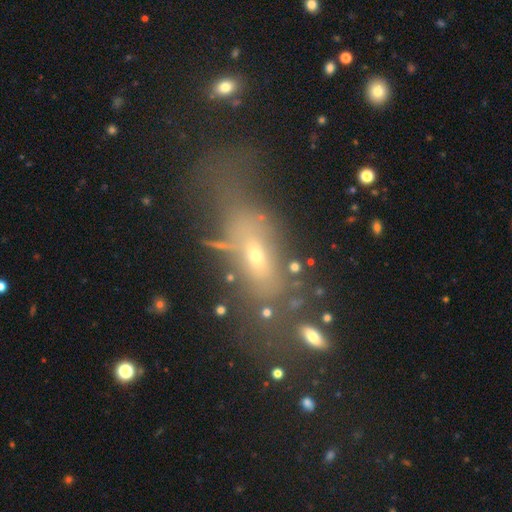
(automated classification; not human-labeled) smooth_or_featured: smooth (p=0.48) [alt: featured or disk p=0.35]
merging: major disturbance (p=0.35) [alt: none p=0.34]